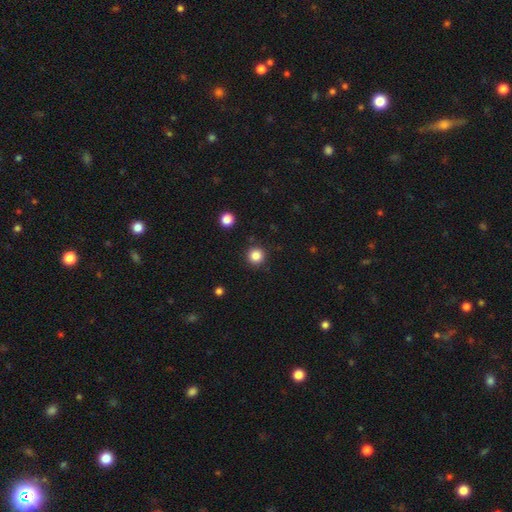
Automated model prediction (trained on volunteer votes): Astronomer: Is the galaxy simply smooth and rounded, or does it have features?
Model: smooth — 84%.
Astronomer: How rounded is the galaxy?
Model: round — 95%.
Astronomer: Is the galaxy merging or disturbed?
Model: none — 91%.